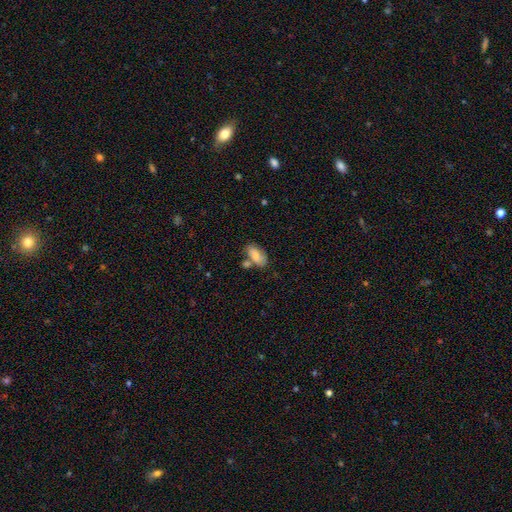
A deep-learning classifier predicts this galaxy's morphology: A smooth galaxy with no disk features (74%) that is in between round and cigar-shaped (92%). Merging: none (49%).